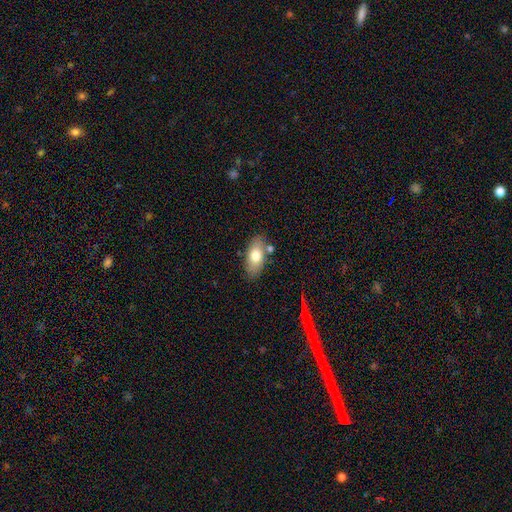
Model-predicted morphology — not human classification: smooth_or_featured: smooth (p=0.74) [alt: featured or disk p=0.19]
how_rounded: in between (p=0.91) [alt: cigar-shaped p=0.05]
merging: none (p=0.77) [alt: minor disturbance p=0.14]